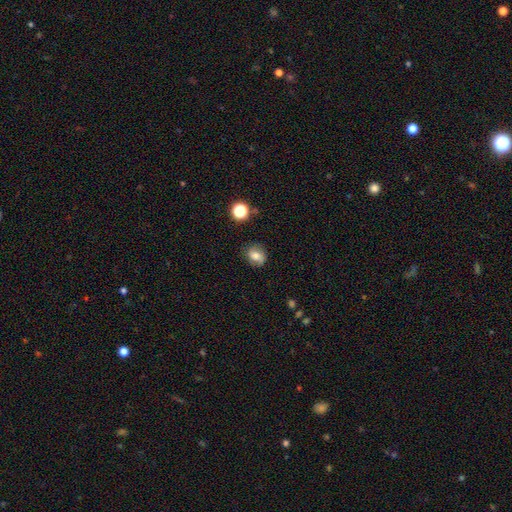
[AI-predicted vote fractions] Morphology: type=smooth (64%); roundness=round (55%); merging=none (79%).